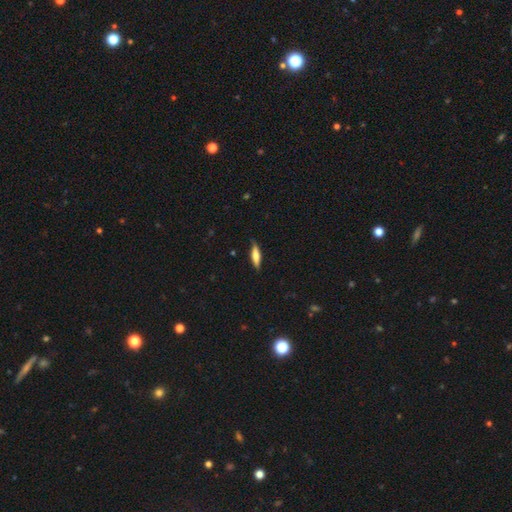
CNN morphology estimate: Q: Smooth or featured?
A: smooth (60%); runner-up: featured or disk (33%)
Q: How rounded?
A: cigar-shaped (72%); runner-up: in between (26%)
Q: Merging?
A: none (83%); runner-up: minor disturbance (14%)